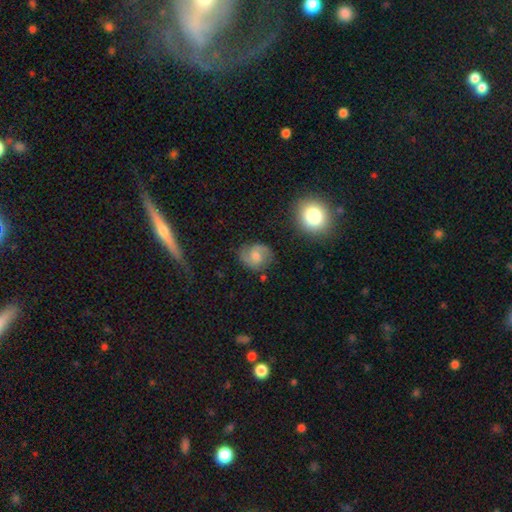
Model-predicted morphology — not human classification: Q: Smooth or featured?
A: featured or disk (62%); runner-up: smooth (29%)
Q: Edge-on disk?
A: no (98%); runner-up: yes (2%)
Q: Bar?
A: no (51%); runner-up: weak (42%)
Q: Spiral arms?
A: yes (92%); runner-up: no (8%)
Q: Spiral winding?
A: medium (52%); runner-up: tight (25%)
Q: Spiral arm count?
A: 2 (87%); runner-up: can't tell (6%)
Q: Bulge size?
A: moderate (50%); runner-up: small (33%)
Q: Merging?
A: none (75%); runner-up: minor disturbance (17%)